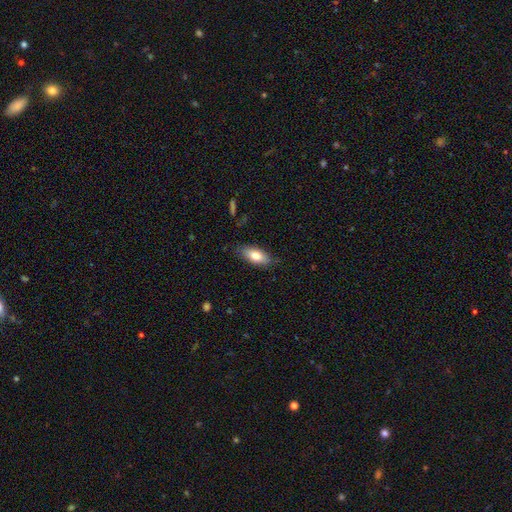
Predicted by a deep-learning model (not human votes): Smooth or featured? Predicted: smooth (p=0.77). How rounded? Predicted: in between (p=0.83). Merging? Predicted: none (p=0.79).